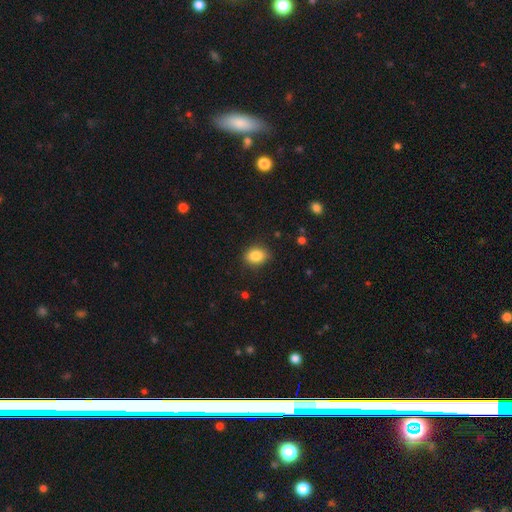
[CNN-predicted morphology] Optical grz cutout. It shows a smooth galaxy with no disk features (86%) that is in between round and cigar-shaped (68%). Merging: none (84%).